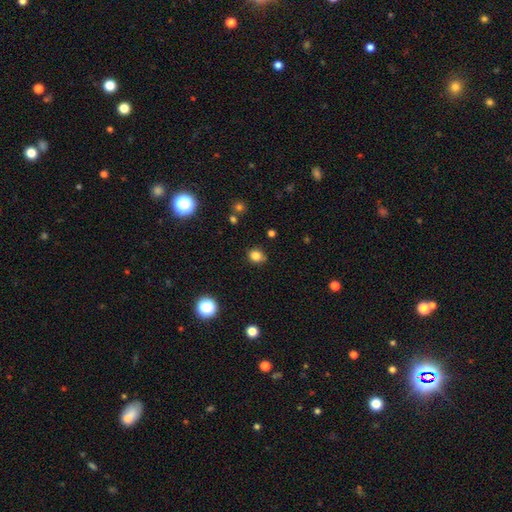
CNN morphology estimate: Smooth or featured?
  - smooth: 81% *
  - star or artifact: 13%
  - featured or disk: 5%
How rounded?
  - round: 70% *
  - in between: 29%
  - cigar-shaped: 1%
Merging?
  - none: 79% *
  - minor disturbance: 15%
  - major disturbance: 3%
  - merger: 3%